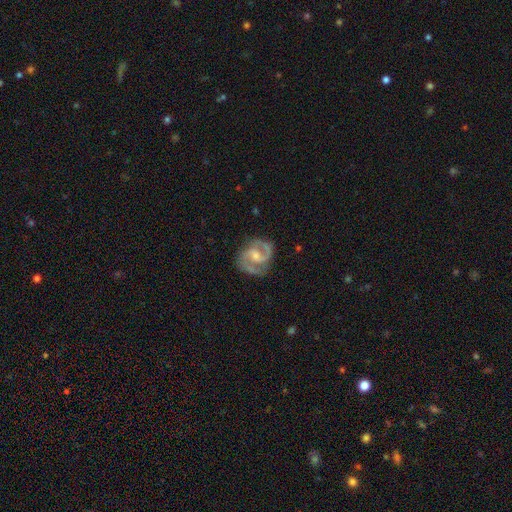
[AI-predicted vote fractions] Smooth or featured? Predicted: featured or disk (p=0.90). Edge-on disk? Predicted: no (p=0.98). Bar? Predicted: weak (p=0.50). Spiral arms? Predicted: yes (p=0.97). Spiral winding? Predicted: medium (p=0.58). Spiral arm count? Predicted: 2 (p=0.91). Bulge size? Predicted: moderate (p=0.51). Merging? Predicted: none (p=0.79).